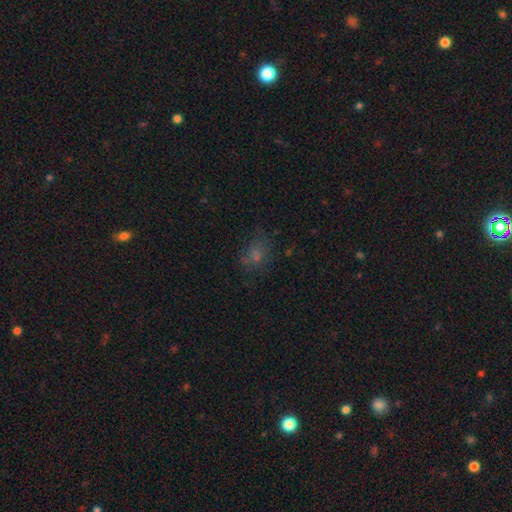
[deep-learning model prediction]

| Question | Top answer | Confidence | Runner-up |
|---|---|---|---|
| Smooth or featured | smooth | 53% | star or artifact (32%) |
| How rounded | in between | 52% | round (46%) |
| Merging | none | 61% | minor disturbance (20%) |